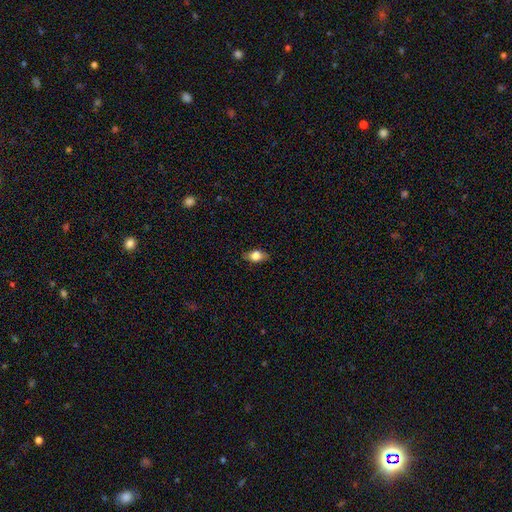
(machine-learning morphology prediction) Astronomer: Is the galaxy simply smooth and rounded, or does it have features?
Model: smooth — 75%.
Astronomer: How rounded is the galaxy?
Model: in between — 78%.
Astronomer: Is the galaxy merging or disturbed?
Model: none — 81%.